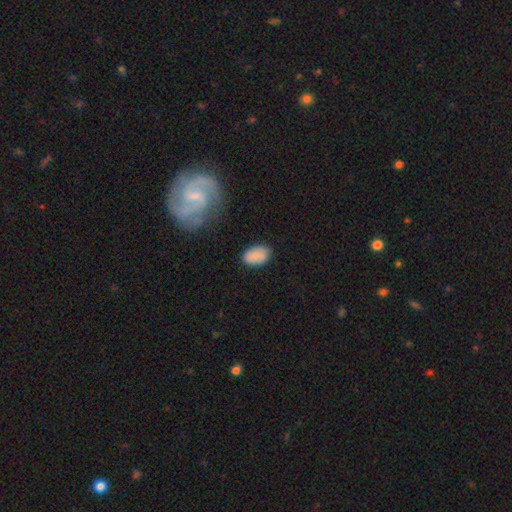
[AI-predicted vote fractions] Overall: smooth (85%). How rounded: in between (91%). Merging: none (82%).